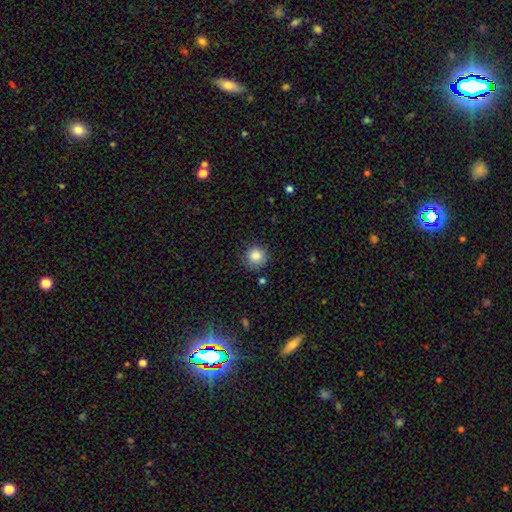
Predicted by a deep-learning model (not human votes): smooth_or_featured: smooth (p=0.85) [alt: star or artifact p=0.10]
how_rounded: round (p=0.94) [alt: in between p=0.05]
merging: none (p=0.84) [alt: minor disturbance p=0.11]